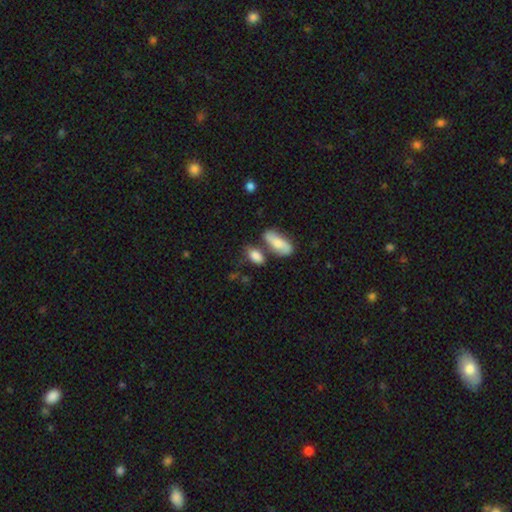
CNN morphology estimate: This is likely a smooth galaxy (80%). How rounded: clearly in between (84%). Merging: possibly none (52%).